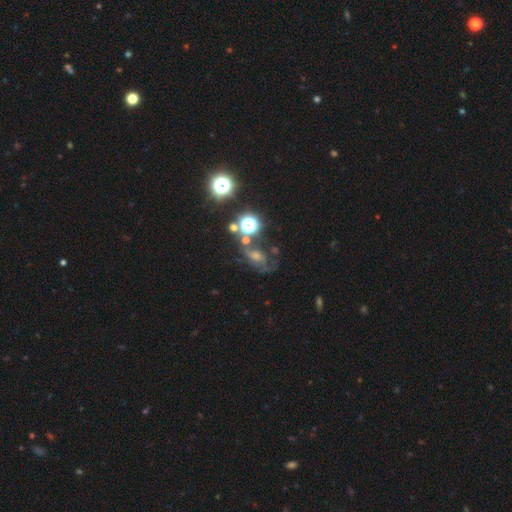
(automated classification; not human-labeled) star or artifact 42%, featured or disk 36%, smooth 22%.